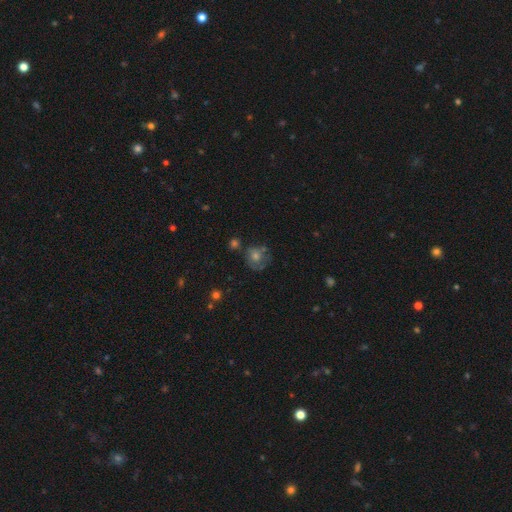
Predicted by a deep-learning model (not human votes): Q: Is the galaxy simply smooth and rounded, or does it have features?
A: smooth — 45%.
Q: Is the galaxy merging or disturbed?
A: none — 59%.